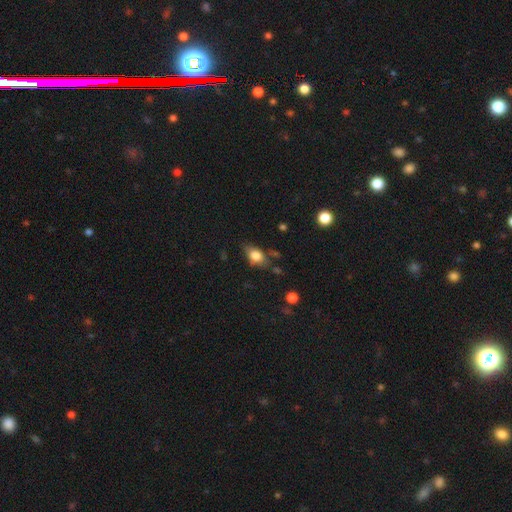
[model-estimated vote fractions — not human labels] smooth 77%, featured or disk 14%, star or artifact 9%. Down the decision tree: how rounded — in between (79%); merging — none (62%).